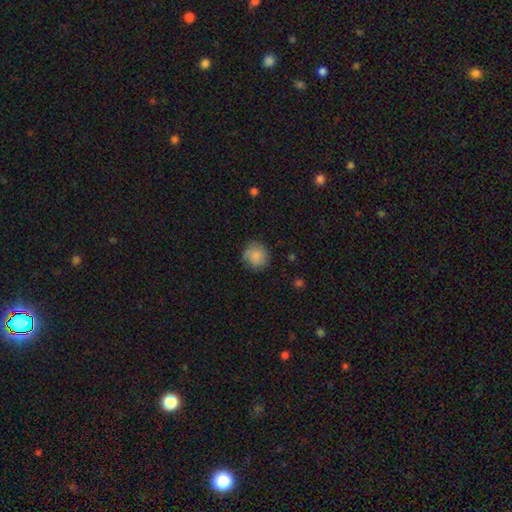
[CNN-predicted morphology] This appears to be a smooth galaxy with no disk features (84%) that is round (88%). Merging: none (80%).